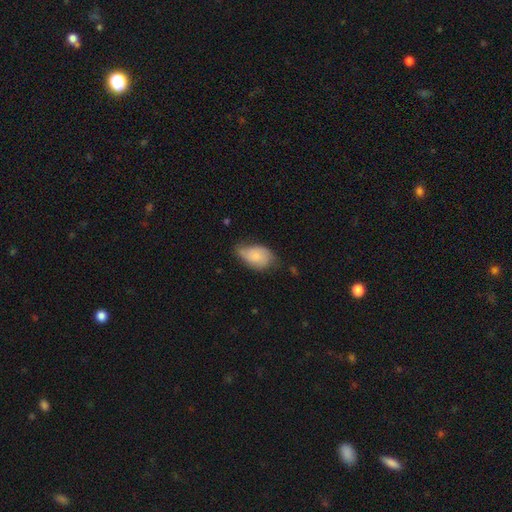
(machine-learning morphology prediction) Smooth or featured?
  - smooth: 70% *
  - featured or disk: 23%
  - star or artifact: 7%
How rounded?
  - in between: 90% *
  - round: 9%
  - cigar-shaped: 2%
Merging?
  - minor disturbance: 45% *
  - none: 39%
  - major disturbance: 14%
  - merger: 2%